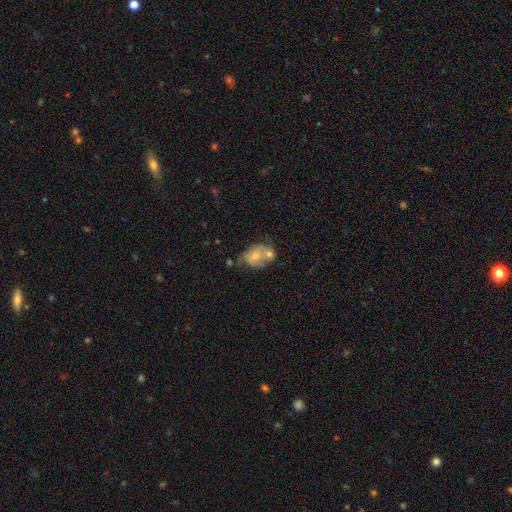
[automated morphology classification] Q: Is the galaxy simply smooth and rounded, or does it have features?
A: smooth — 48%.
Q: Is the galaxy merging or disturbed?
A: merger — 45%.